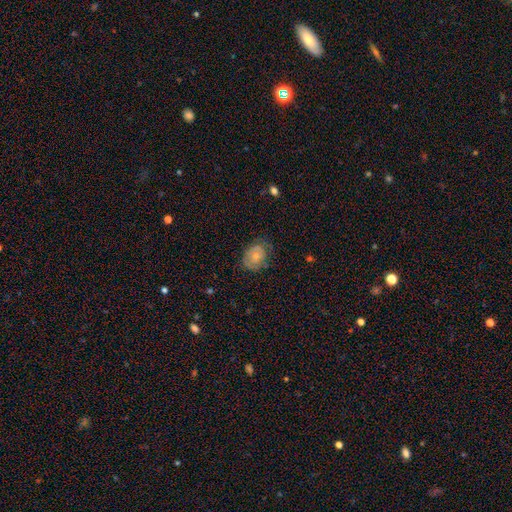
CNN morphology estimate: This appears to be a smooth galaxy with no disk features (58%) that is in between round and cigar-shaped (65%). Merging: none (64%).